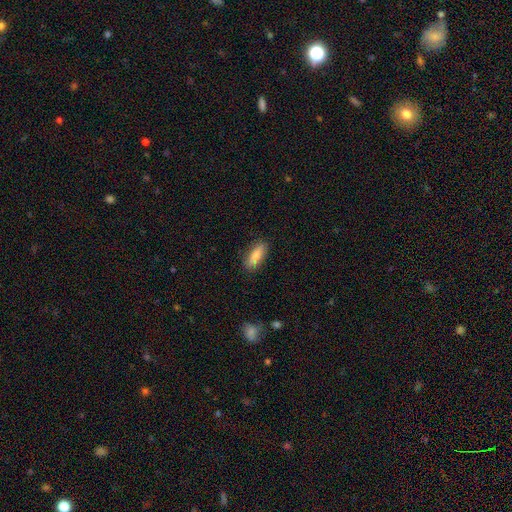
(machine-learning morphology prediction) This appears to be a smooth galaxy with no disk features (78%) that is in between round and cigar-shaped (68%). Merging: none (79%).